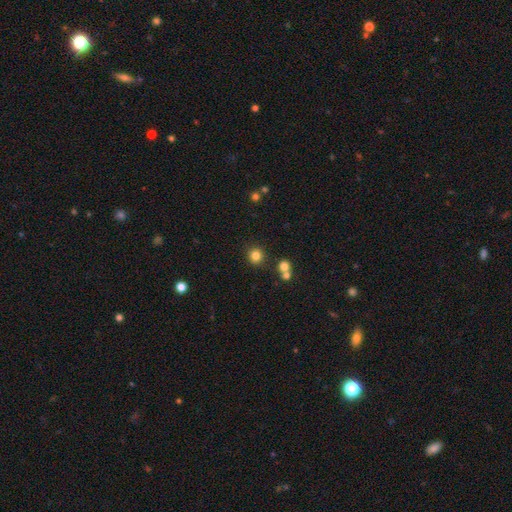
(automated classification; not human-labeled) smooth_or_featured: smooth (p=0.82) [alt: star or artifact p=0.13]
how_rounded: round (p=0.92) [alt: in between p=0.07]
merging: none (p=0.86) [alt: minor disturbance p=0.06]